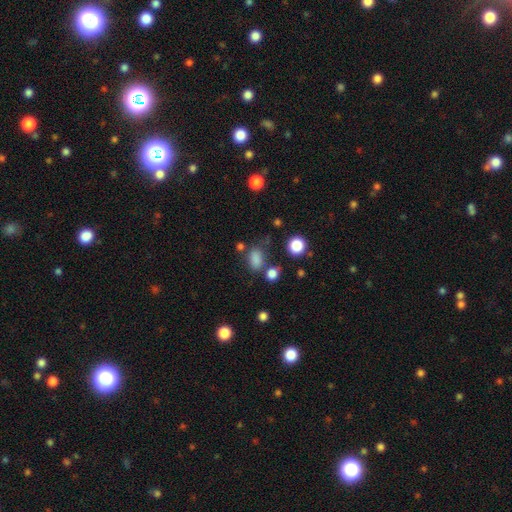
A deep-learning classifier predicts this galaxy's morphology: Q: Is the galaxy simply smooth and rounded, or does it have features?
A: smooth — 79%.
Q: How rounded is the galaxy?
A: in between — 77%.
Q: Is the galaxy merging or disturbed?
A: none — 64%.